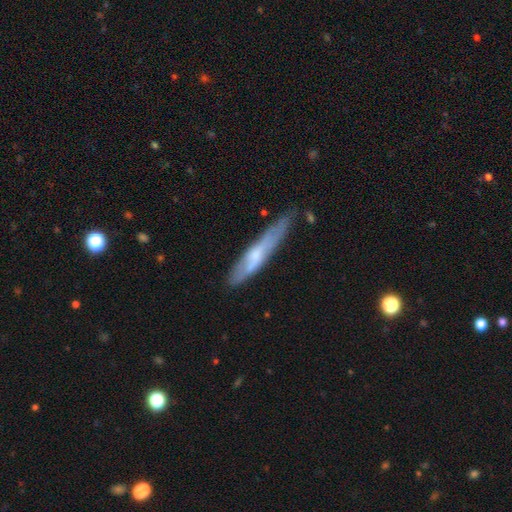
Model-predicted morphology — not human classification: Smooth or featured?
  - featured or disk: 48% *
  - smooth: 46%
  - star or artifact: 6%
Merging?
  - none: 66% *
  - minor disturbance: 26%
  - major disturbance: 6%
  - merger: 3%